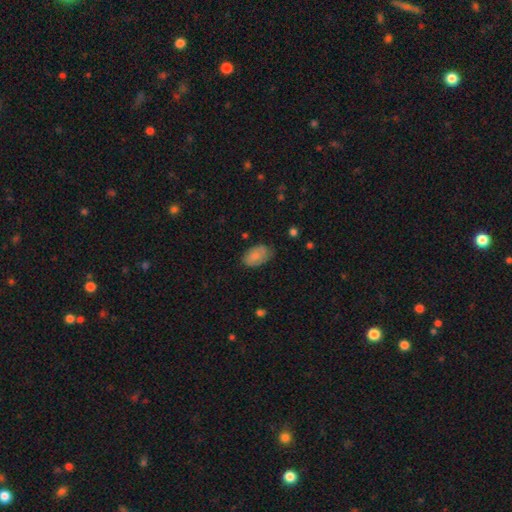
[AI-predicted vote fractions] smooth 79%, featured or disk 14%, star or artifact 7%. Down the decision tree: how rounded — in between (92%); merging — none (65%).